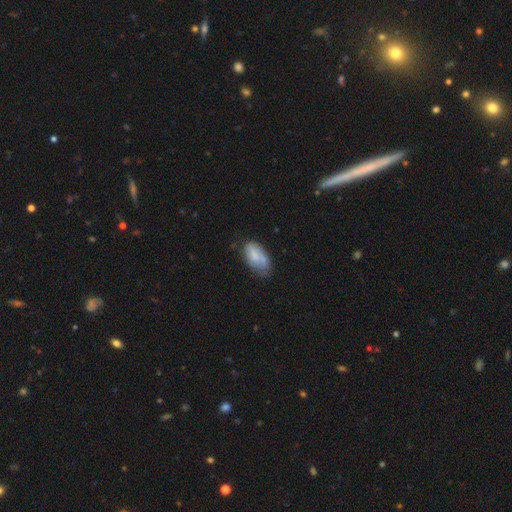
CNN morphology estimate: This is likely a smooth galaxy (69%). How rounded: clearly in between (93%). Merging: possibly none (48%).